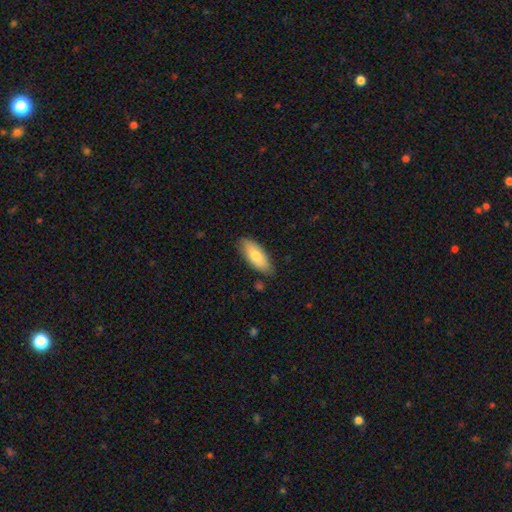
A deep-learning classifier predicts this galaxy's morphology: Smooth or featured?
  - smooth: 74% *
  - featured or disk: 20%
  - star or artifact: 6%
How rounded?
  - in between: 83% *
  - cigar-shaped: 14%
  - round: 2%
Merging?
  - none: 81% *
  - minor disturbance: 15%
  - major disturbance: 2%
  - merger: 2%